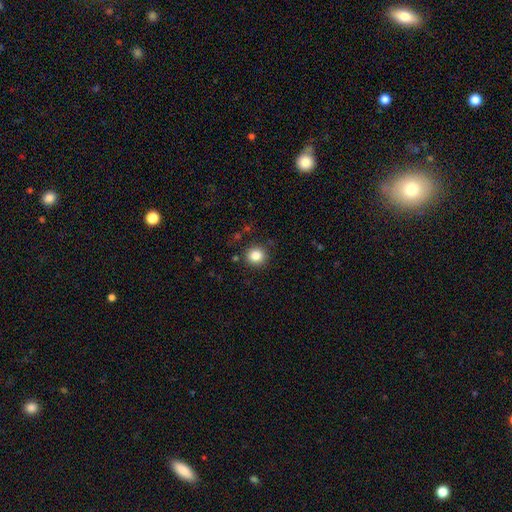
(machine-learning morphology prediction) smooth 84%, star or artifact 11%, featured or disk 5%. Down the decision tree: how rounded — round (90%); merging — none (88%).